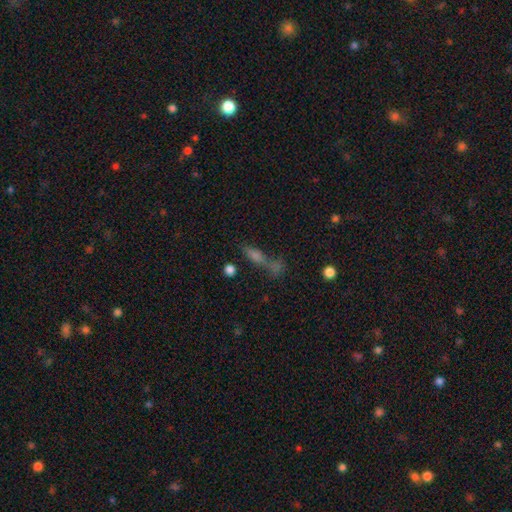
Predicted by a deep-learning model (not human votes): Smooth or featured? smooth (58%)
How rounded? cigar-shaped (50%)
Merging? none (42%)